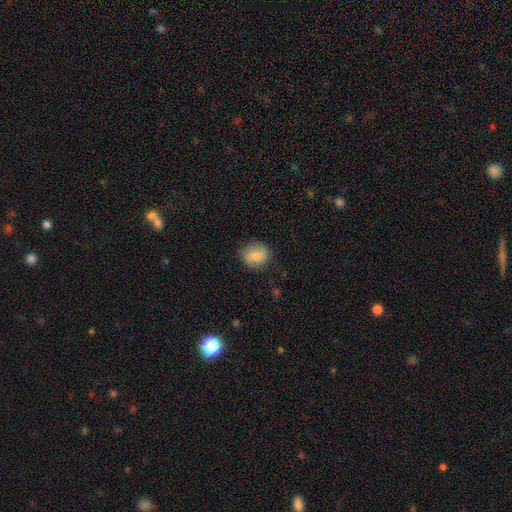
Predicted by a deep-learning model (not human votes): smooth-or-featured: smooth: 73% | featured or disk: 19% | star or artifact: 8%
  how-rounded: round: 75% | in between: 24% | cigar-shaped: 1%
  merging: none: 82% | minor disturbance: 14% | major disturbance: 4% | merger: 1%